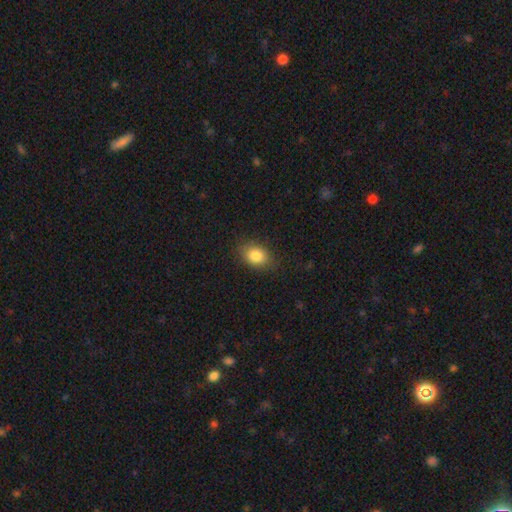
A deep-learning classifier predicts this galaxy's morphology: This appears to be a smooth galaxy with no disk features (83%) that is in between round and cigar-shaped (66%). Merging: none (81%).